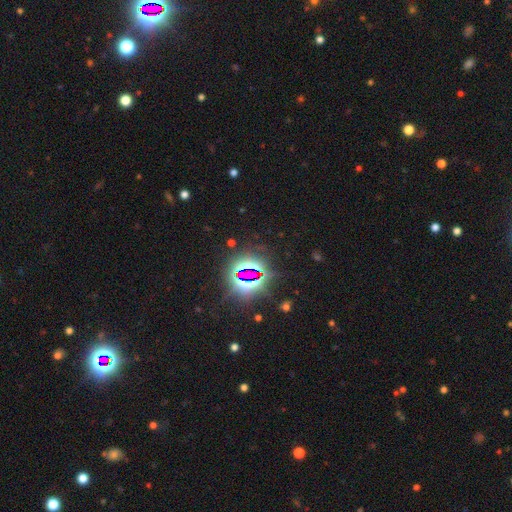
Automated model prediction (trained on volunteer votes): Morphology: type=star or artifact (80%).